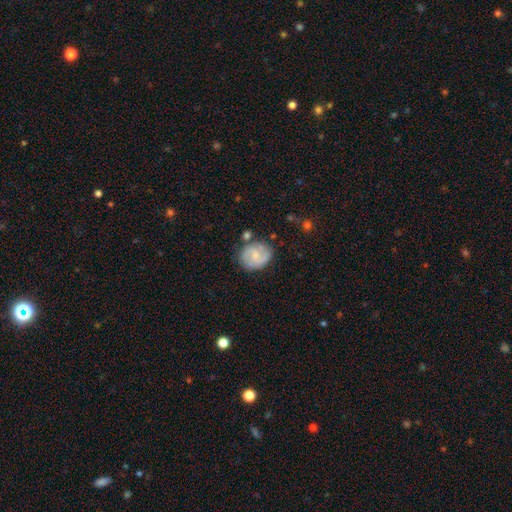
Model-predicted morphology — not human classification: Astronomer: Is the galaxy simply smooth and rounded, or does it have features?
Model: featured or disk — 70%.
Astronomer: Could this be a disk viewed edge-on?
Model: no — 98%.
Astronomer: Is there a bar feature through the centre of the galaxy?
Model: no — 53% (runner-up: weak, 41%).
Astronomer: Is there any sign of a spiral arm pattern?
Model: yes — 93%.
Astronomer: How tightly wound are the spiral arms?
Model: medium — 46% (runner-up: tight, 40%).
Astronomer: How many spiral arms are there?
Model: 2 — 74%.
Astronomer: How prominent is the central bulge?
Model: small — 58%.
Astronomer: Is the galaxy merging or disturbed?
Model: none — 73%.